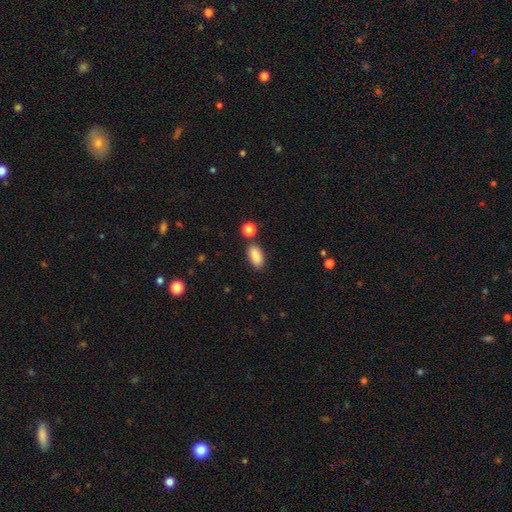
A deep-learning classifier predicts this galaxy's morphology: A smooth galaxy with no disk features (87%) that is in between round and cigar-shaped (90%).

Vote fractions:
- Smooth or featured? smooth: 87% / star or artifact: 7% / featured or disk: 6%
- How rounded? in between: 90% / cigar-shaped: 6% / round: 4%
- Merging? none: 78% / minor disturbance: 11% / merger: 8% / major disturbance: 3%